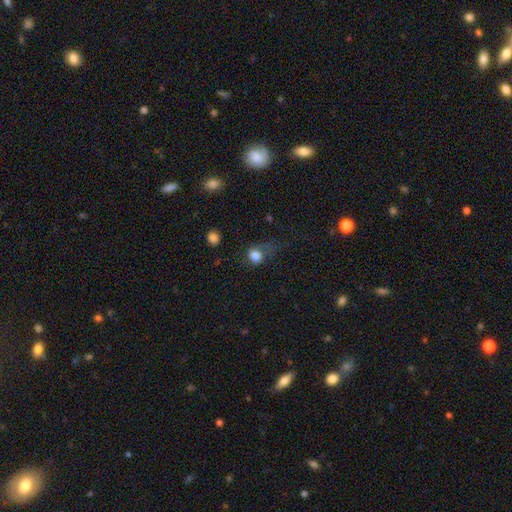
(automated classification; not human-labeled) A smooth galaxy with no disk features (80%) that is round (70%).

Vote fractions:
- Smooth or featured? smooth: 80% / star or artifact: 11% / featured or disk: 9%
- How rounded? round: 70% / in between: 28% / cigar-shaped: 1%
- Merging? none: 39% / major disturbance: 31% / minor disturbance: 26% / merger: 4%